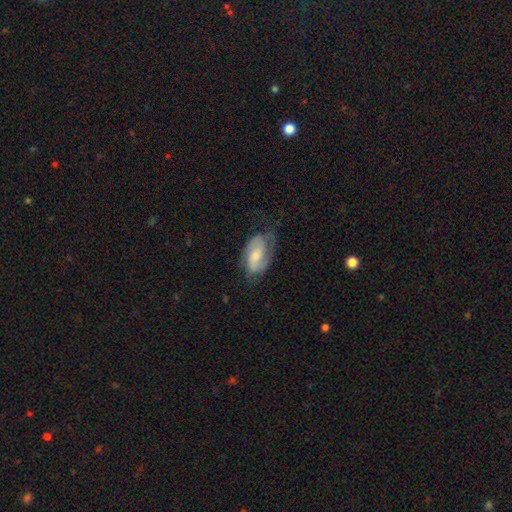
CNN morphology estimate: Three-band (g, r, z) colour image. It shows a featured or disk galaxy (60%) with no bar (50%), spiral arms (86%) and a moderate central bulge (45%). Merging: none (53%).